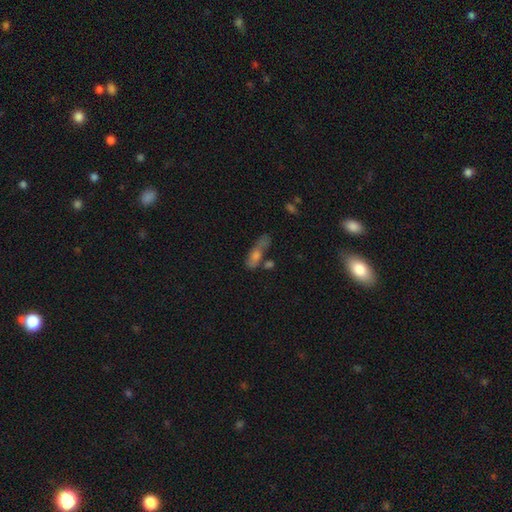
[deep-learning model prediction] A smooth galaxy with no disk features (55%) that is in between round and cigar-shaped (50%). Merging: none (44%).